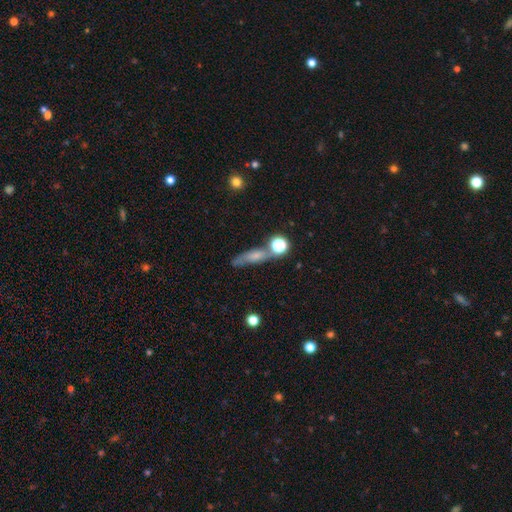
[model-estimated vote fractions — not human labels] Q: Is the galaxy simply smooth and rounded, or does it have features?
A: smooth — 50%.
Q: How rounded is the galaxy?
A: cigar-shaped — 58%.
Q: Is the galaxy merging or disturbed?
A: none — 56%.